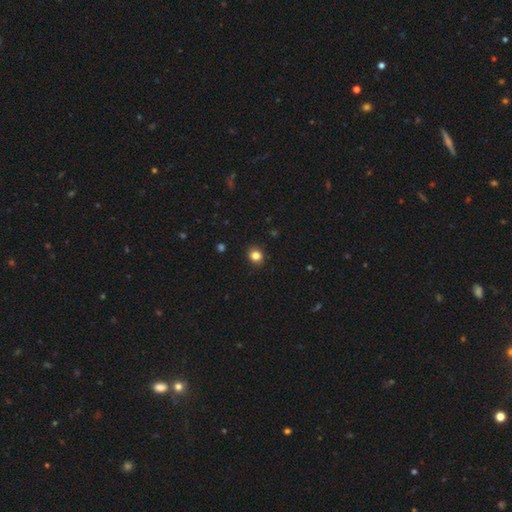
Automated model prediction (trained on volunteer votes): This appears to be a smooth galaxy with no disk features (83%) that is round (77%). Merging: none (91%).